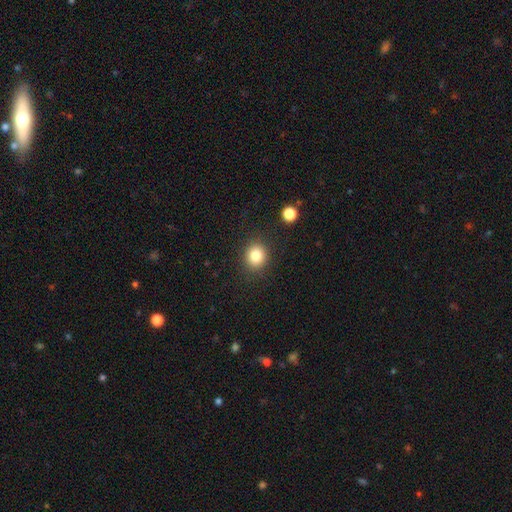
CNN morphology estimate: The model was most divided on "how rounded": round: 82%, in between: 17%, cigar-shaped: 1%. More confident: merging — none (87%); smooth or featured — smooth (83%).